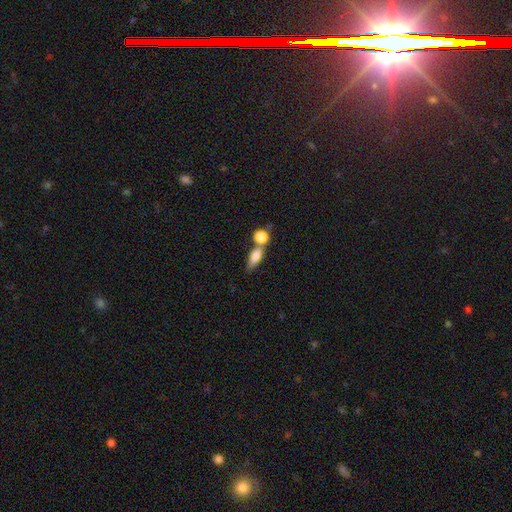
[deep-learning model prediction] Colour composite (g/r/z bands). It shows a smooth galaxy with no disk features (79%) that is in between round and cigar-shaped (68%). Merging: merger (46%).